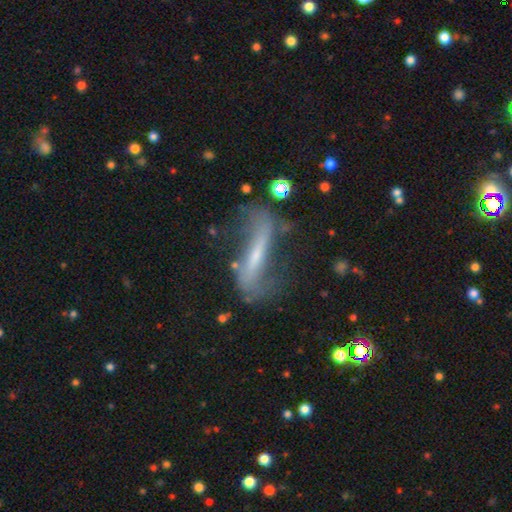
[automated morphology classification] Smooth or featured? Predicted: featured or disk (p=0.70). Edge-on disk? Predicted: no (p=0.65). Merging? Predicted: none (p=0.50).